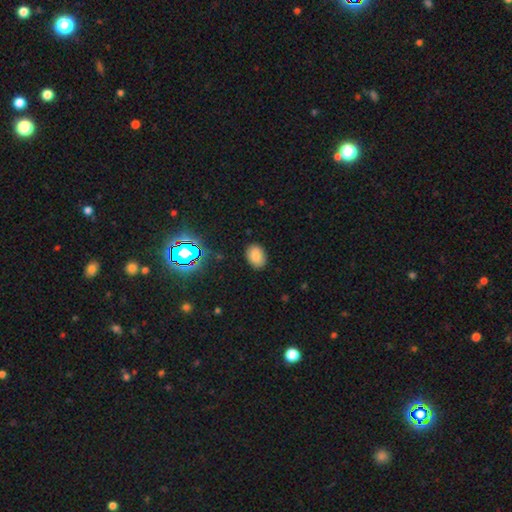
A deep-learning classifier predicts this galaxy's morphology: This appears to be a smooth galaxy with no disk features (82%) that is in between round and cigar-shaped (75%). Merging: none (86%).